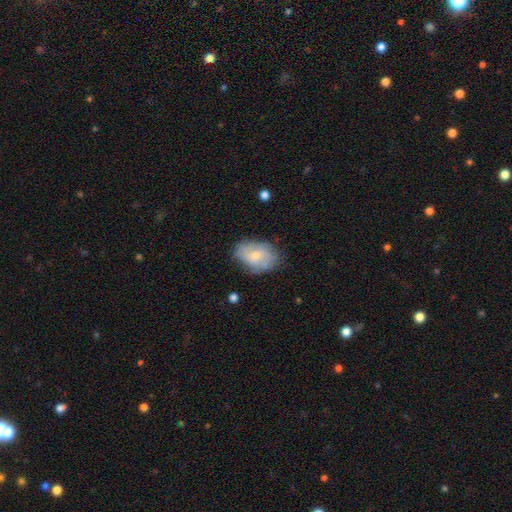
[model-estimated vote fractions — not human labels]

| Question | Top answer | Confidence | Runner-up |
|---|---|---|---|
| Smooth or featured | smooth | 52% | featured or disk (40%) |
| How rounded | in between | 85% | round (13%) |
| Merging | none | 67% | minor disturbance (24%) |